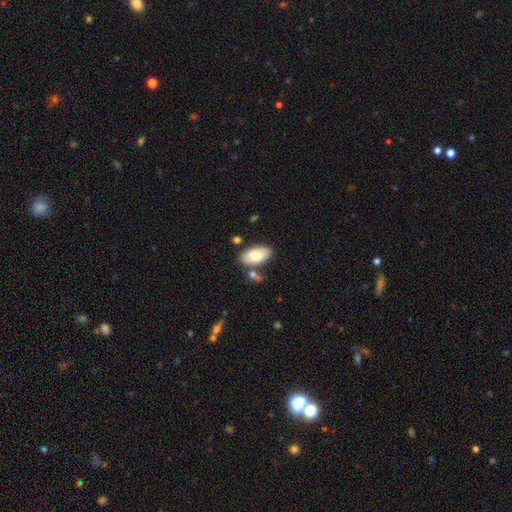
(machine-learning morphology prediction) smooth_or_featured: smooth (p=0.78) [alt: featured or disk p=0.16]
how_rounded: in between (p=0.95) [alt: round p=0.03]
merging: none (p=0.70) [alt: minor disturbance p=0.15]